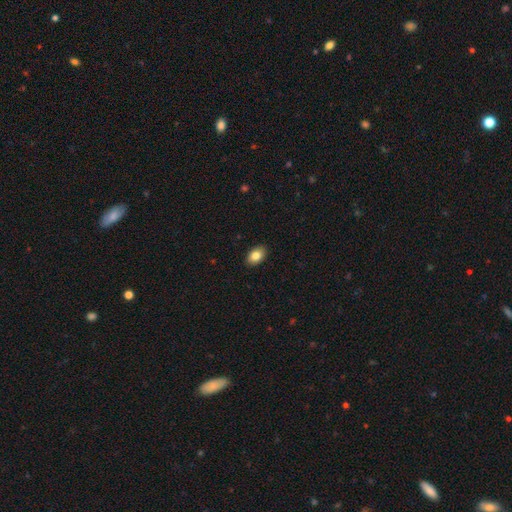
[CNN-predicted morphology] Overall: smooth (84%). How rounded: in between (88%). Merging: none (90%).